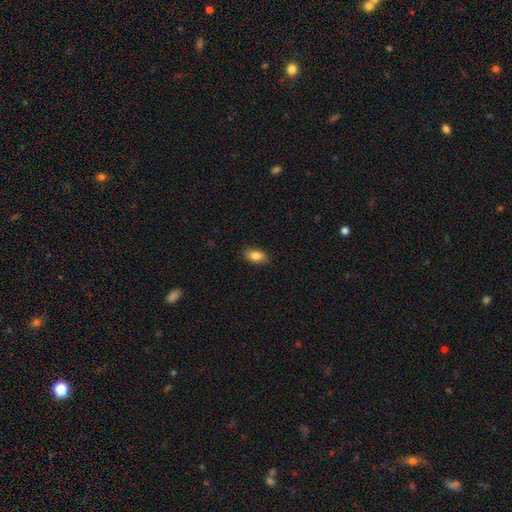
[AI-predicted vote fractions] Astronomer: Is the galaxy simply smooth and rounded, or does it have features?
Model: smooth — 85%.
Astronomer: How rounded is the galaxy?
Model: in between — 90%.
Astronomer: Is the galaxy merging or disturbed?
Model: none — 87%.